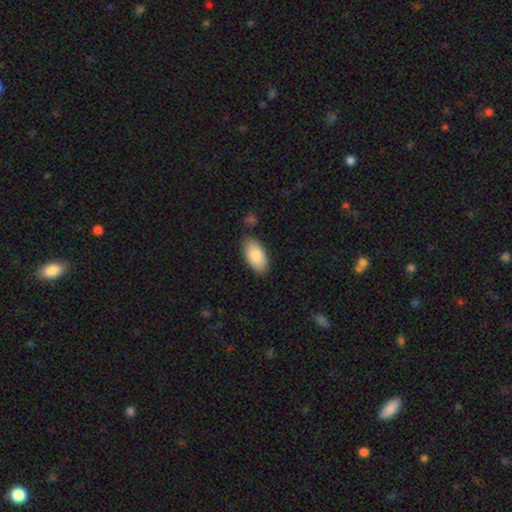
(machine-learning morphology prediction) This is clearly a smooth galaxy (86%). How rounded: clearly in between (95%). Merging: clearly none (82%).